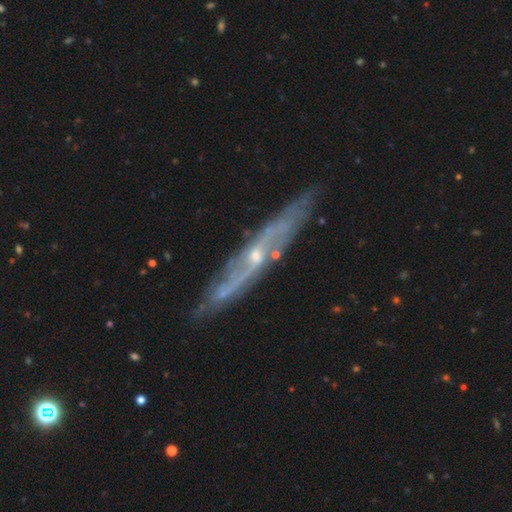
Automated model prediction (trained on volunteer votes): smooth_or_featured: featured or disk (p=0.80) [alt: smooth p=0.14]
disk_edge_on: yes (p=0.60) [alt: no p=0.40]
merging: none (p=0.78) [alt: minor disturbance p=0.16]